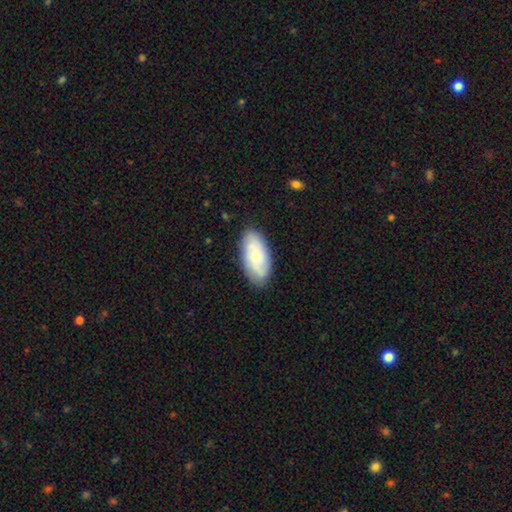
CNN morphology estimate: Smooth or featured?
  - smooth: 54% *
  - featured or disk: 39%
  - star or artifact: 6%
How rounded?
  - in between: 91% *
  - cigar-shaped: 7%
  - round: 2%
Merging?
  - none: 83% *
  - minor disturbance: 13%
  - major disturbance: 3%
  - merger: 1%